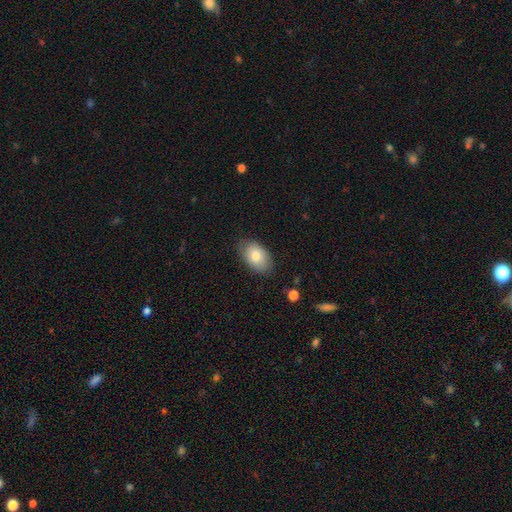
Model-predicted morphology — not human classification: A smooth galaxy with no disk features (77%) that is in between round and cigar-shaped (91%).

Vote fractions:
- Smooth or featured? smooth: 77% / featured or disk: 16% / star or artifact: 7%
- How rounded? in between: 91% / round: 8% / cigar-shaped: 1%
- Merging? none: 79% / minor disturbance: 16% / major disturbance: 3% / merger: 1%